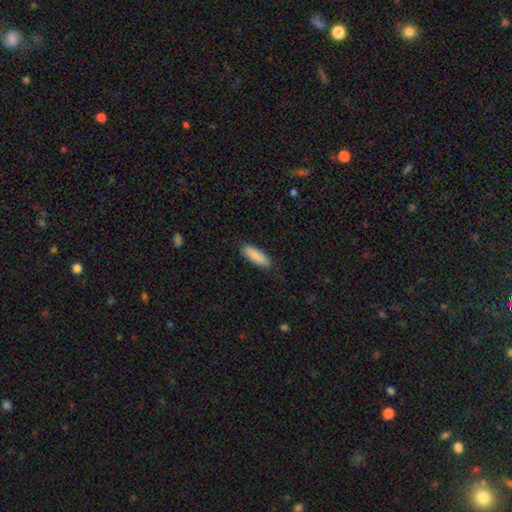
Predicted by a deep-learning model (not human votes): smooth 87%, featured or disk 7%, star or artifact 6%. Down the decision tree: how rounded — in between (58%); merging — none (86%).